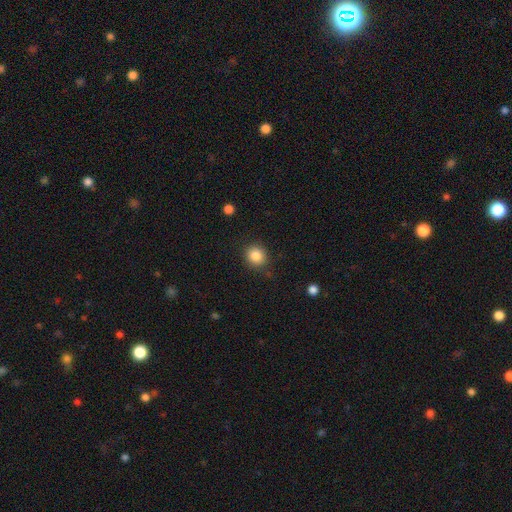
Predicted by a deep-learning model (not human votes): Overall: smooth (86%). How rounded: round (84%). Merging: none (86%).